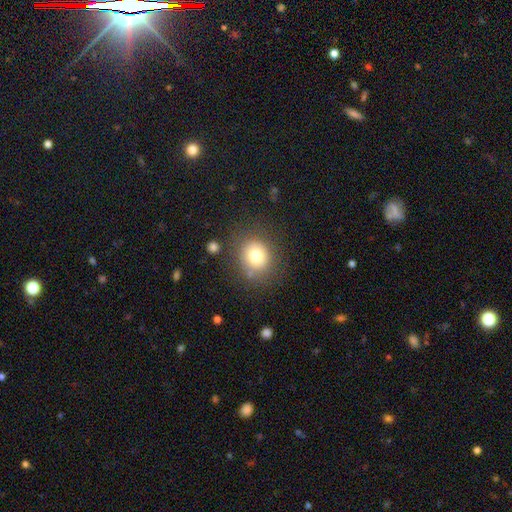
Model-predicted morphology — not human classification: A smooth galaxy with no disk features (76%) that is round (78%).

Vote fractions:
- Smooth or featured? smooth: 76% / featured or disk: 12% / star or artifact: 12%
- How rounded? round: 78% / in between: 21% / cigar-shaped: 1%
- Merging? none: 78% / minor disturbance: 13% / major disturbance: 6% / merger: 4%